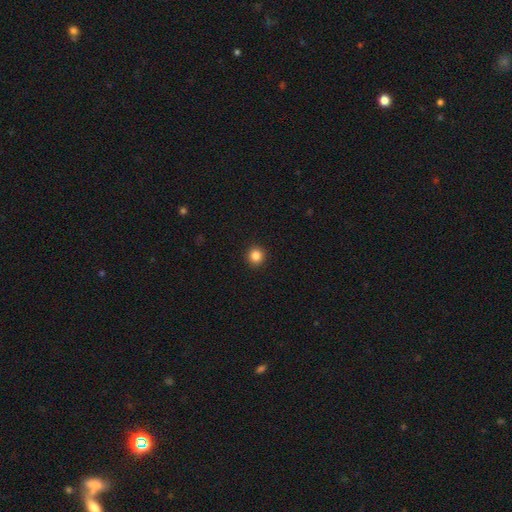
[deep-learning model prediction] Q: Smooth or featured?
A: smooth (85%); runner-up: star or artifact (11%)
Q: How rounded?
A: round (94%); runner-up: in between (5%)
Q: Merging?
A: none (93%); runner-up: minor disturbance (4%)